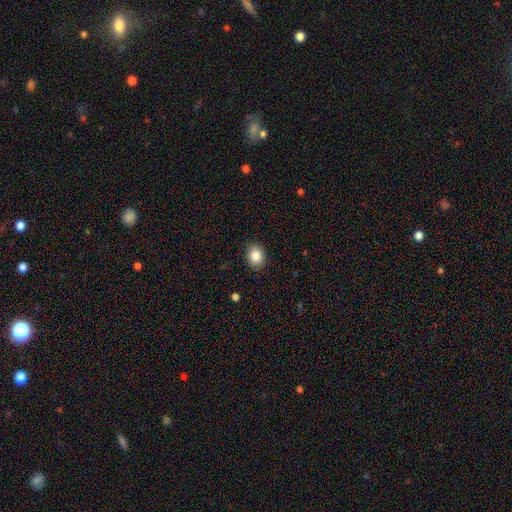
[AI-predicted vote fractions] Smooth or featured: smooth — 85% (star or artifact — 9%)
How rounded: round — 52% (in between — 48%)
Merging: none — 89% (minor disturbance — 8%)